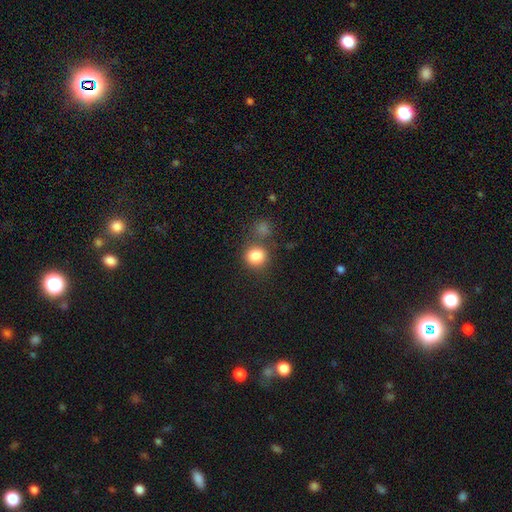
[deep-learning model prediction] smooth 84%, star or artifact 11%, featured or disk 5%. Down the decision tree: how rounded — round (86%); merging — none (70%).